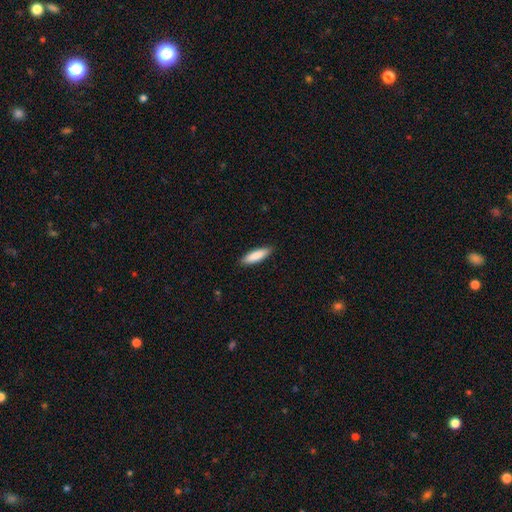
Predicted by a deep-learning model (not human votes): Overall: smooth (86%). How rounded: cigar-shaped (64%; in between 35%). Merging: none (89%).